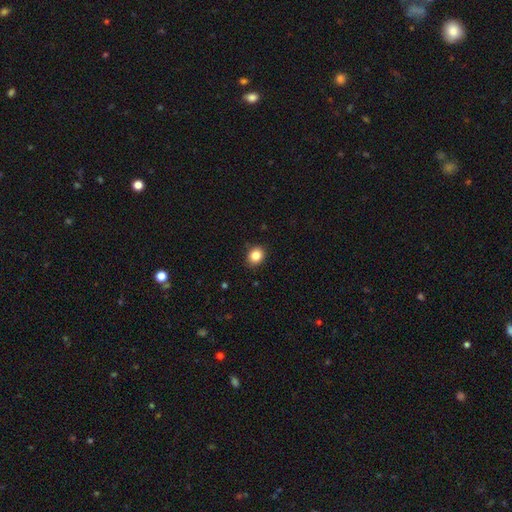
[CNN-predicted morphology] Smooth or featured? Predicted: smooth (p=0.85). How rounded? Predicted: round (p=0.72). Merging? Predicted: none (p=0.88).